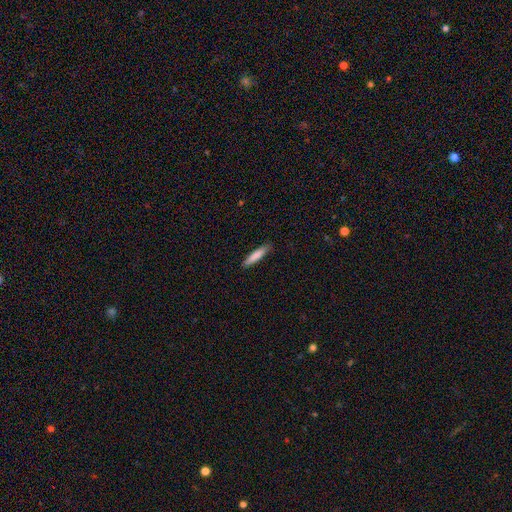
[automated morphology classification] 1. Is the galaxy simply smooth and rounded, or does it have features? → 82% smooth, 13% featured or disk, 6% star or artifact.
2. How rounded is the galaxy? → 87% cigar-shaped, 12% in between, 1% round.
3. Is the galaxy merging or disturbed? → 89% none, 9% minor disturbance, 2% major disturbance, 1% merger.